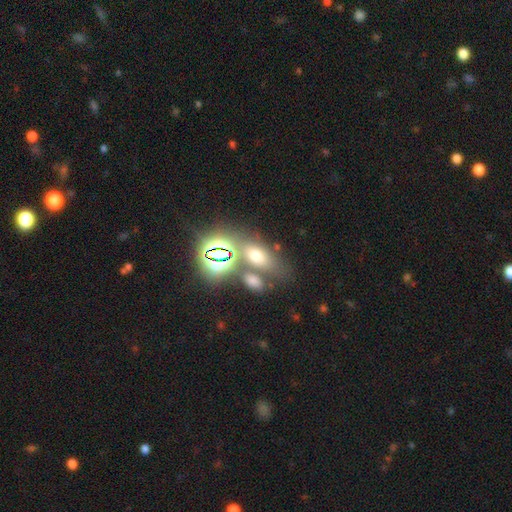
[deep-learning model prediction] This is possibly a smooth galaxy (55%). How rounded: likely in between (75%). Merging: possibly none (55%).